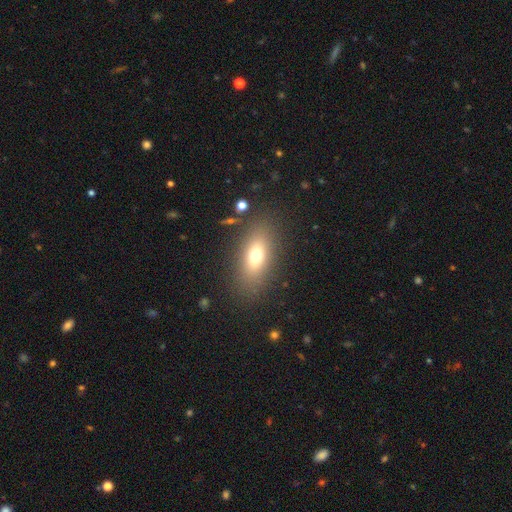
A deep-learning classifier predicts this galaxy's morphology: A smooth galaxy with no disk features (69%) that is in between round and cigar-shaped (78%). Merging: none (83%).